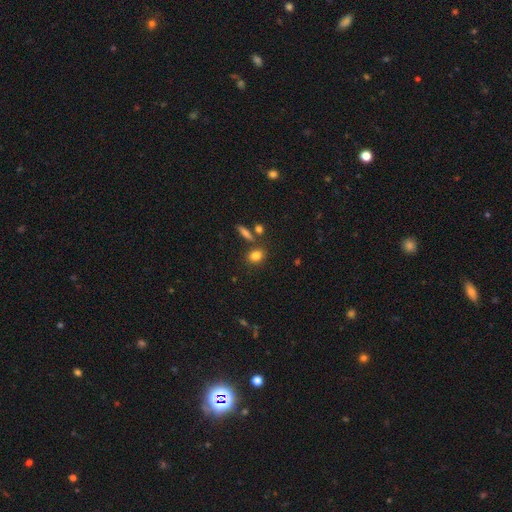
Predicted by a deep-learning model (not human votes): smooth 82%, star or artifact 11%, featured or disk 7%. Down the decision tree: how rounded — in between (59%); merging — none (75%).